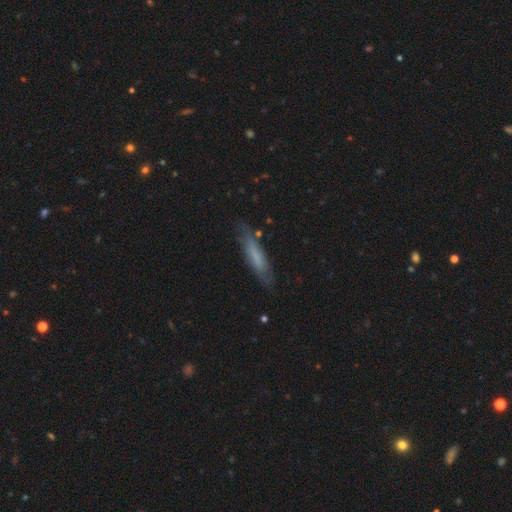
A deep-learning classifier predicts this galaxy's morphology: type=smooth (61%); roundness=cigar-shaped (79%); merging=none (77%).